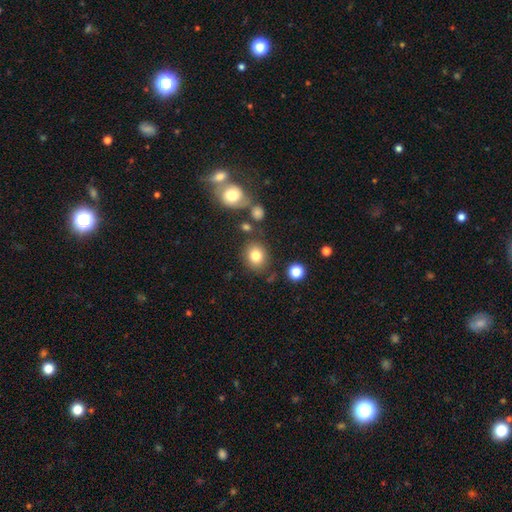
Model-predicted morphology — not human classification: This is clearly a smooth galaxy (80%). How rounded: likely round (68%). Merging: likely none (80%).